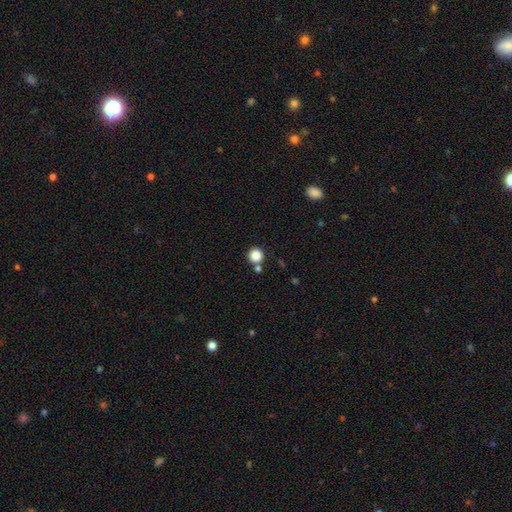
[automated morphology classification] Q: Smooth or featured?
A: smooth (86%); runner-up: star or artifact (10%)
Q: How rounded?
A: round (94%); runner-up: in between (5%)
Q: Merging?
A: none (76%); runner-up: merger (13%)